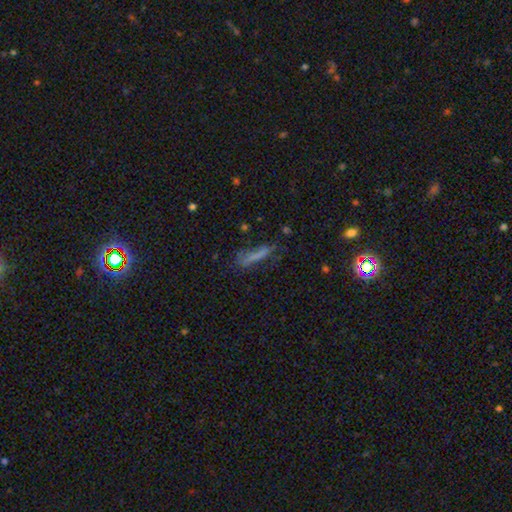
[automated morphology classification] A smooth galaxy with no disk features (61%) that is cigar-shaped (78%). Merging: none (51%).